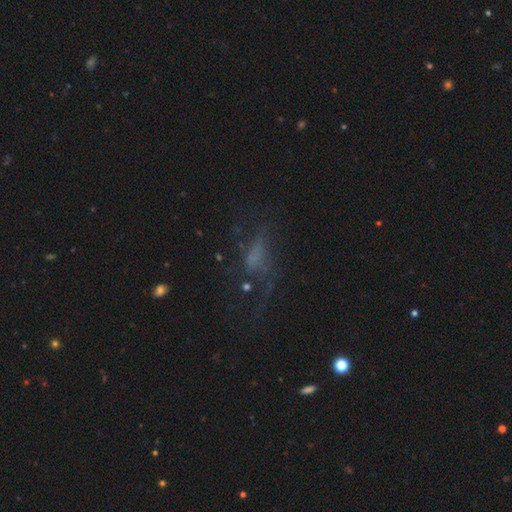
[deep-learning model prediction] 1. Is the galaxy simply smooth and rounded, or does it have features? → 40% smooth, 33% featured or disk, 27% star or artifact.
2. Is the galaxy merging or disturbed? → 49% major disturbance, 30% none, 16% minor disturbance, 6% merger.